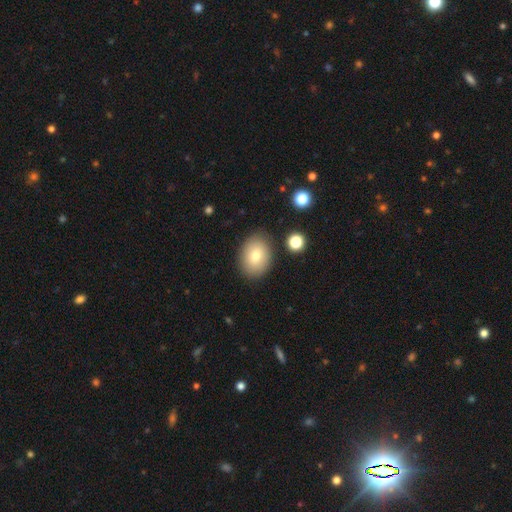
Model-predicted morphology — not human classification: Smooth or featured?
  - smooth: 78% *
  - featured or disk: 13%
  - star or artifact: 9%
How rounded?
  - in between: 65% *
  - round: 34%
  - cigar-shaped: 1%
Merging?
  - none: 84% *
  - minor disturbance: 10%
  - major disturbance: 3%
  - merger: 3%